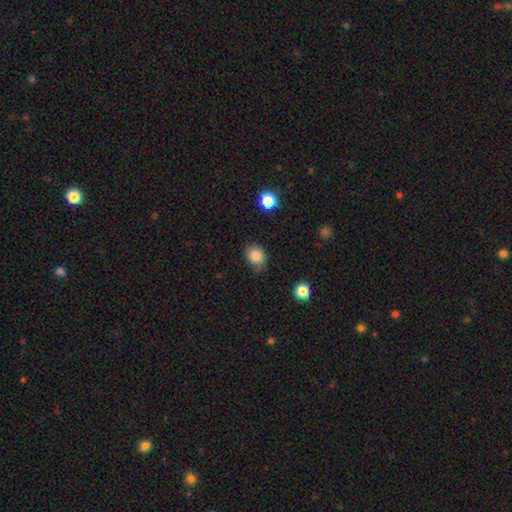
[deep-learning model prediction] smooth-or-featured: smooth: 83% | star or artifact: 10% | featured or disk: 7%
  how-rounded: round: 58% | in between: 42% | cigar-shaped: 1%
  merging: none: 67% | minor disturbance: 26% | major disturbance: 5% | merger: 2%